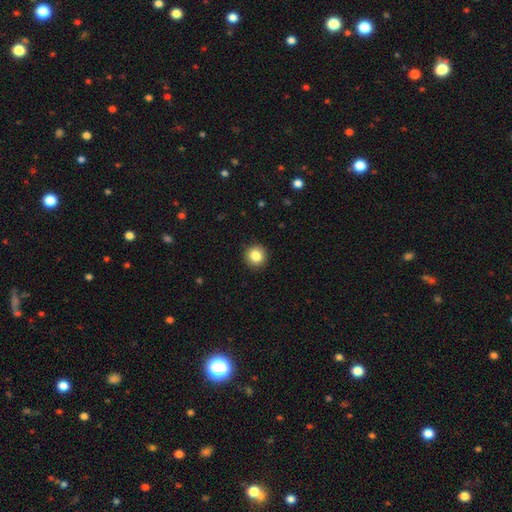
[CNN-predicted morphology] Smooth or featured? Predicted: smooth (p=0.85). How rounded? Predicted: round (p=0.93). Merging? Predicted: none (p=0.92).